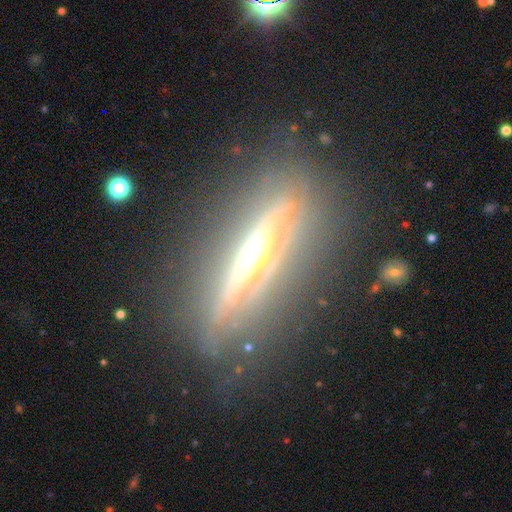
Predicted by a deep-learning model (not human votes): smooth-or-featured: featured or disk: 81% | smooth: 12% | star or artifact: 7%
  disk-edge-on: yes: 79% | no: 21%
    edge-on-bulge: rounded: 79% | none: 11% | boxy: 10%
  merging: none: 72% | minor disturbance: 17% | major disturbance: 9% | merger: 2%